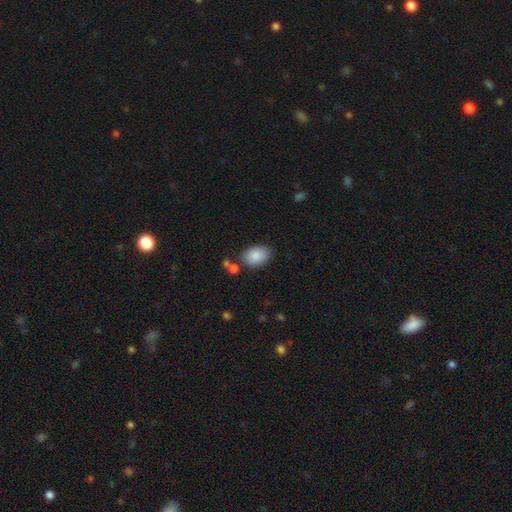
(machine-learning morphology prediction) type=smooth (87%); roundness=in between (85%); merging=none (77%).